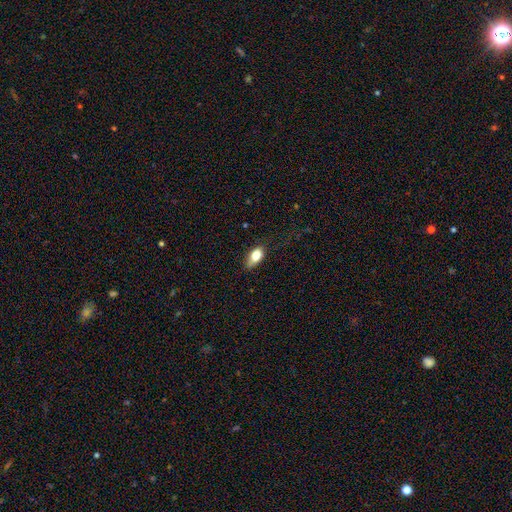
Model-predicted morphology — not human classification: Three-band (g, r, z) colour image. It shows a smooth galaxy with no disk features (78%) that is in between round and cigar-shaped (88%). Merging: none (61%).